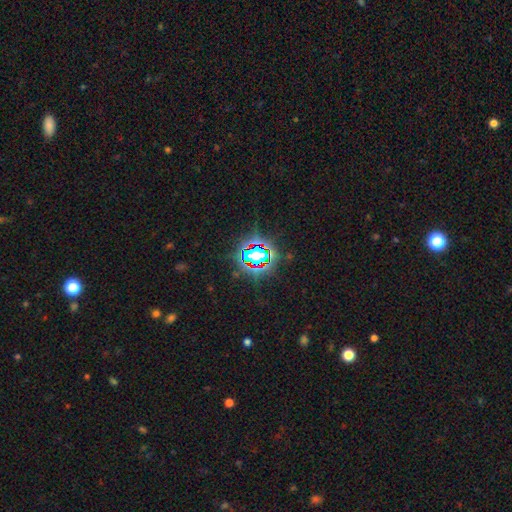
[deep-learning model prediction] Smooth or featured: star or artifact — 72% (smooth — 17%)